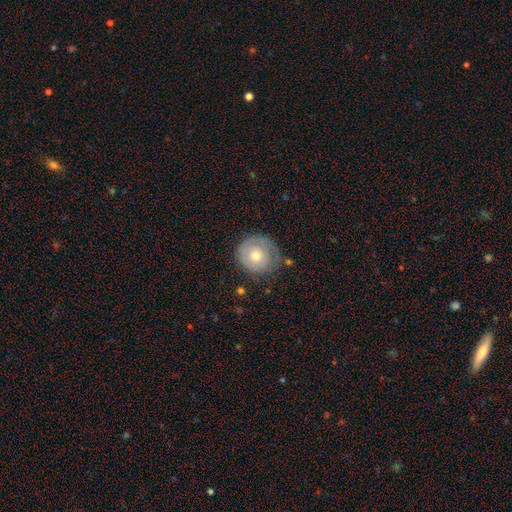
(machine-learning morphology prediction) Overall: smooth (60%; featured or disk 33%). How rounded: round (91%). Merging: none (65%).